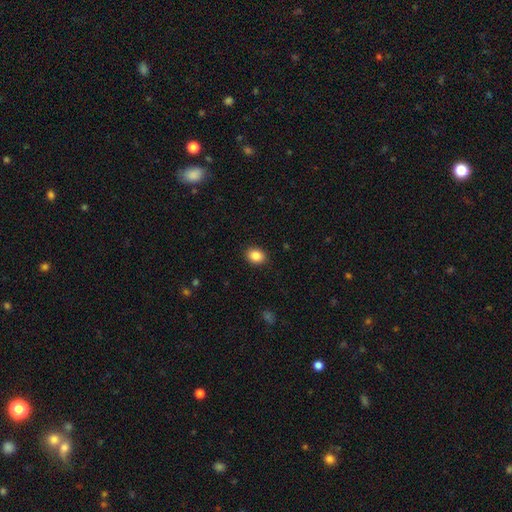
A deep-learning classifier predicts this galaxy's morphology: Smooth or featured?
  - smooth: 87% *
  - star or artifact: 9%
  - featured or disk: 4%
How rounded?
  - in between: 58% *
  - round: 41%
  - cigar-shaped: 1%
Merging?
  - none: 90% *
  - minor disturbance: 7%
  - major disturbance: 2%
  - merger: 1%